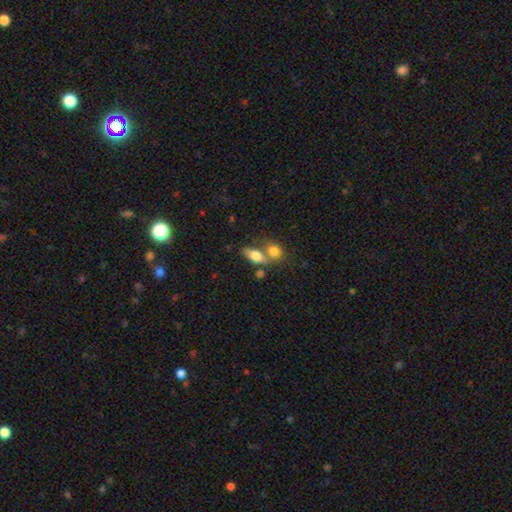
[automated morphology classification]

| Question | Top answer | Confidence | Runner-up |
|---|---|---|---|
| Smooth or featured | smooth | 72% | featured or disk (19%) |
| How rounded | in between | 76% | round (13%) |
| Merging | merger | 47% | none (38%) |